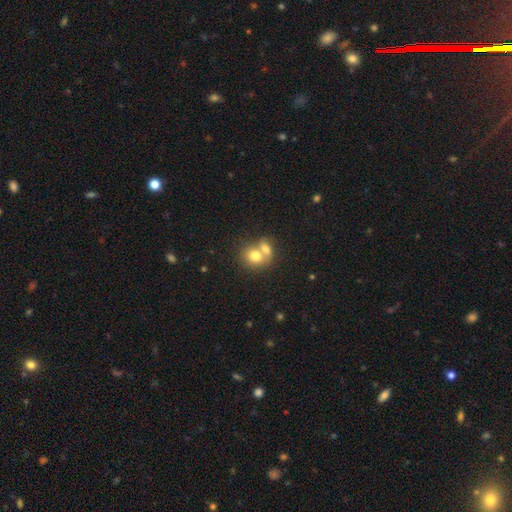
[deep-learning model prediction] This appears to be a smooth galaxy with no disk features (75%) that is round (60%). Merging: merger (62%).